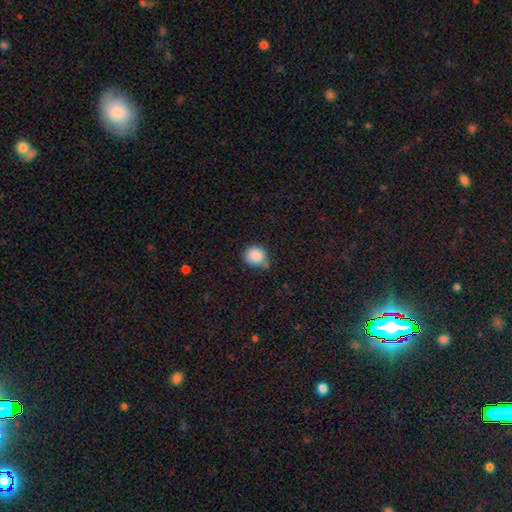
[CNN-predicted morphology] Smooth or featured?
  - smooth: 87% *
  - star or artifact: 9%
  - featured or disk: 4%
How rounded?
  - round: 87% *
  - in between: 12%
  - cigar-shaped: 1%
Merging?
  - none: 66% *
  - minor disturbance: 21%
  - merger: 8%
  - major disturbance: 5%